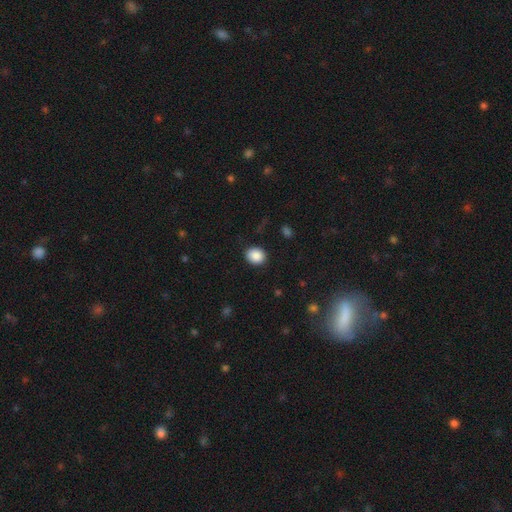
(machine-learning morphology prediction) smooth_or_featured: smooth (p=0.89) [alt: star or artifact p=0.08]
how_rounded: round (p=0.60) [alt: in between p=0.39]
merging: none (p=0.89) [alt: minor disturbance p=0.07]